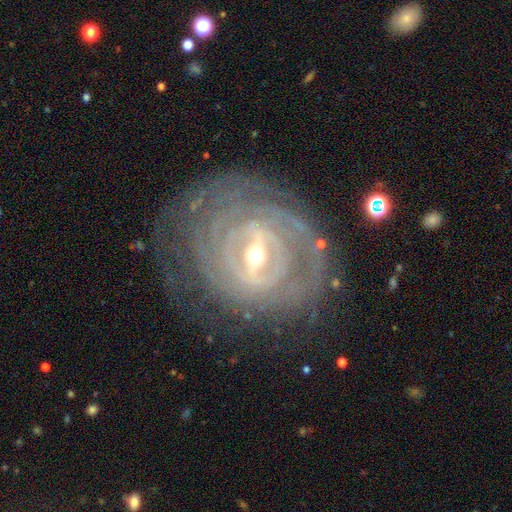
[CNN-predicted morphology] smooth-or-featured: featured or disk: 89% | smooth: 6% | star or artifact: 5%
  disk-edge-on: no: 94% | yes: 6%
    bar: strong: 57% | weak: 32% | no: 10%
    has-spiral-arms: yes: 88% | no: 12%
      spiral-winding: tight: 79% | medium: 15% | loose: 6%
      spiral-arm-count: can't tell: 43% | 2: 16% | 4: 12% | more than 4: 12% | 3: 11% | 1: 6%
    bulge-size: small: 52% | moderate: 44% | large: 3% | dominant: 1% | none: 1%
  merging: none: 73% | minor disturbance: 15% | major disturbance: 10% | merger: 2%